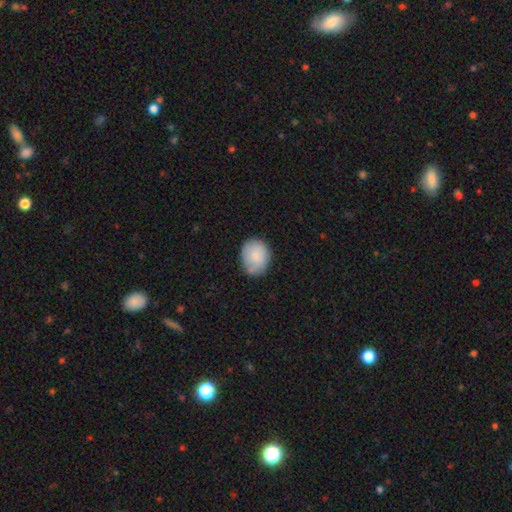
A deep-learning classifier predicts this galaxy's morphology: A smooth galaxy with no disk features (79%) that is round (55%).

Vote fractions:
- Smooth or featured? smooth: 79% / featured or disk: 14% / star or artifact: 7%
- How rounded? round: 55% / in between: 44% / cigar-shaped: 1%
- Merging? none: 68% / minor disturbance: 25% / major disturbance: 5% / merger: 3%